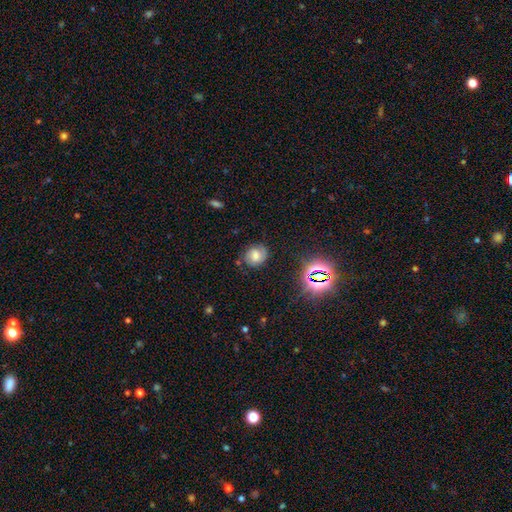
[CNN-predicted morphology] Smooth or featured?
  - smooth: 45% *
  - featured or disk: 37%
  - star or artifact: 18%
Merging?
  - none: 74% *
  - minor disturbance: 18%
  - major disturbance: 6%
  - merger: 2%